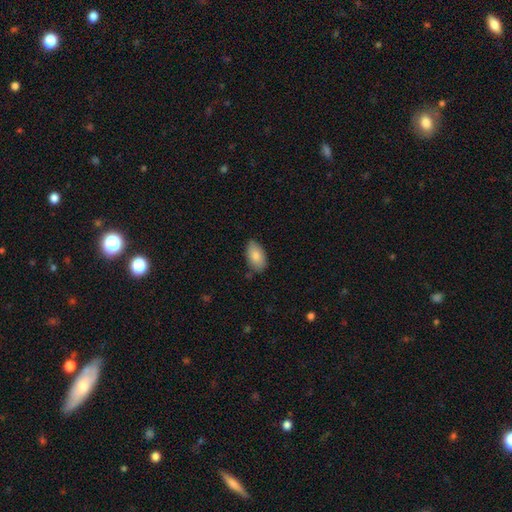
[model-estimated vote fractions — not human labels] Q: Smooth or featured?
A: smooth (83%); runner-up: featured or disk (11%)
Q: How rounded?
A: in between (94%); runner-up: round (4%)
Q: Merging?
A: none (77%); runner-up: minor disturbance (18%)